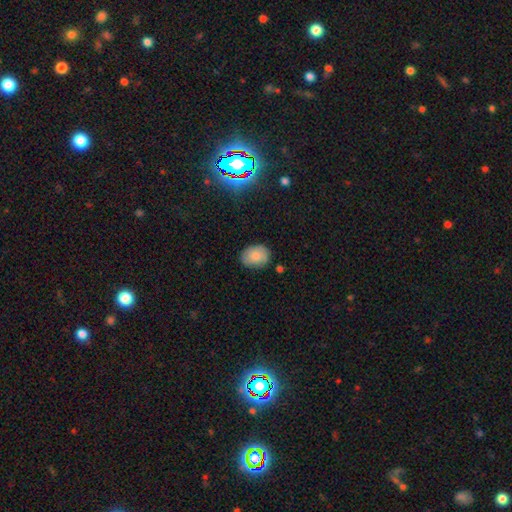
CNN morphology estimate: A smooth galaxy with no disk features (83%) that is in between round and cigar-shaped (69%). Merging: none (78%).